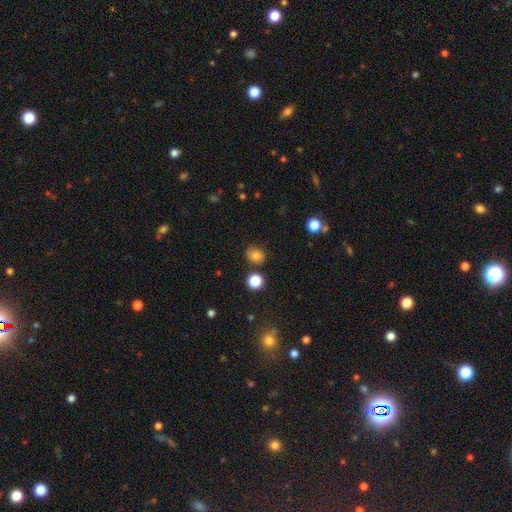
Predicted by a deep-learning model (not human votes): Overall: smooth (79%). How rounded: round (66%; in between 33%). Merging: none (79%).